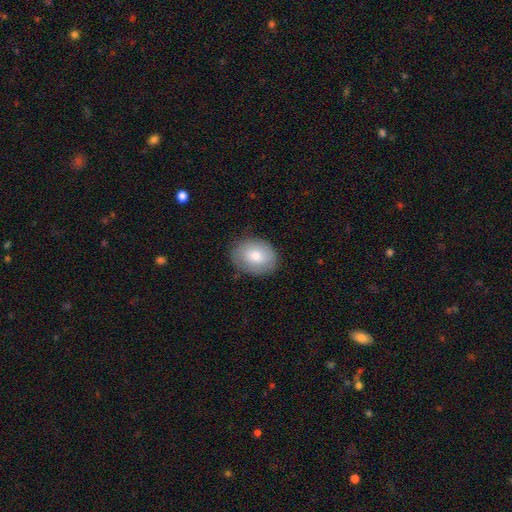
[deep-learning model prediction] Overall: smooth (74%). How rounded: in between (56%; round 44%). Merging: none (80%).